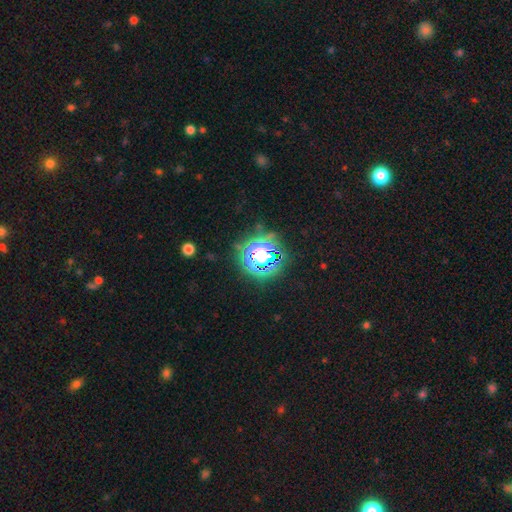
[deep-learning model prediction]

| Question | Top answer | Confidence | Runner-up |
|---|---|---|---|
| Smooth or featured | star or artifact | 79% | smooth (13%) |